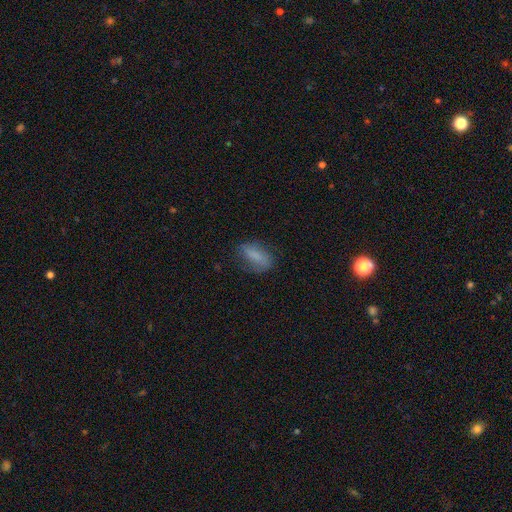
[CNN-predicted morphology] Overall: smooth (73%). How rounded: in between (81%). Merging: none (64%; minor disturbance 24%).